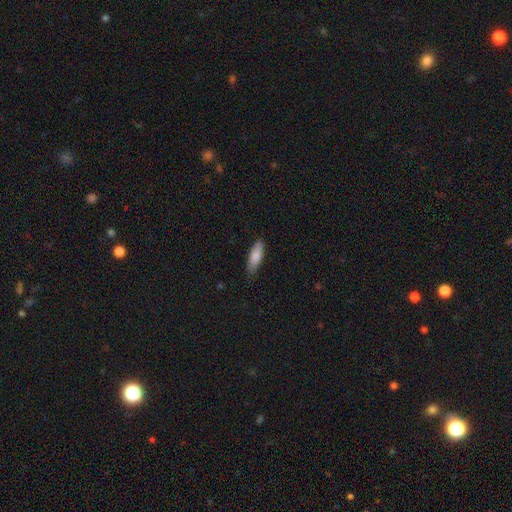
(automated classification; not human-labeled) Smooth or featured? Predicted: smooth (p=0.82). How rounded? Predicted: in between (p=0.58). Merging? Predicted: none (p=0.79).